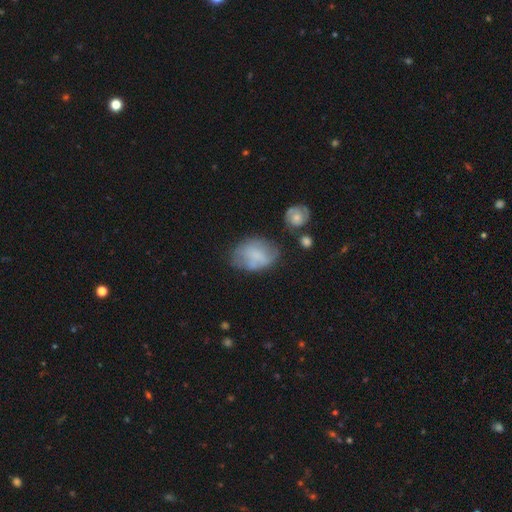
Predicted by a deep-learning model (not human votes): The model was most divided on "merging": none: 49%, minor disturbance: 30%, major disturbance: 14%, merger: 6%. More confident: how rounded — in between (77%); smooth or featured — smooth (59%).